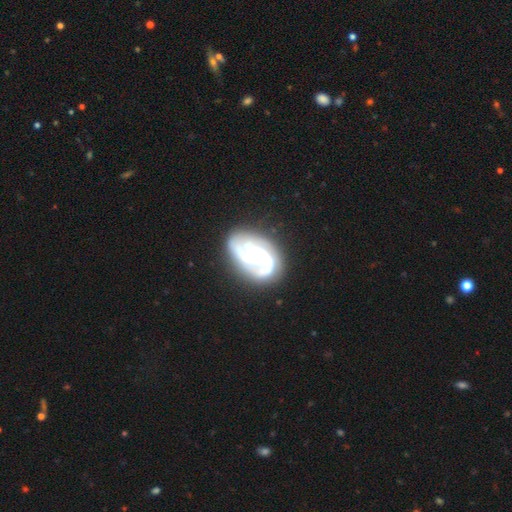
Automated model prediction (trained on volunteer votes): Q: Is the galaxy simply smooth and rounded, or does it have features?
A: featured or disk — 81%.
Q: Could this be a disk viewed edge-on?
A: no — 98%.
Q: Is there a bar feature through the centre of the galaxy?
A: no — 60%.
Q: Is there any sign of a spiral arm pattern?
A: yes — 90%.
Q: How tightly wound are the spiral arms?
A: tight — 43%.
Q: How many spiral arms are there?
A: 3 — 33%.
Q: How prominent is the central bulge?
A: small — 37%.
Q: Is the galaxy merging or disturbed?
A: none — 59%.